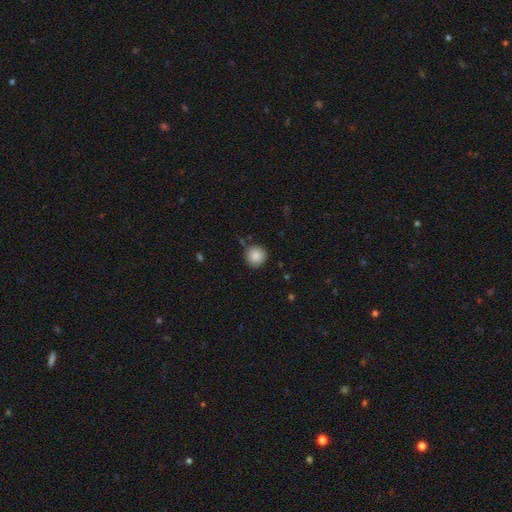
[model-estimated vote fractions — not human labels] Q: Smooth or featured?
A: smooth (87%); runner-up: star or artifact (9%)
Q: How rounded?
A: round (94%); runner-up: in between (5%)
Q: Merging?
A: none (84%); runner-up: minor disturbance (11%)